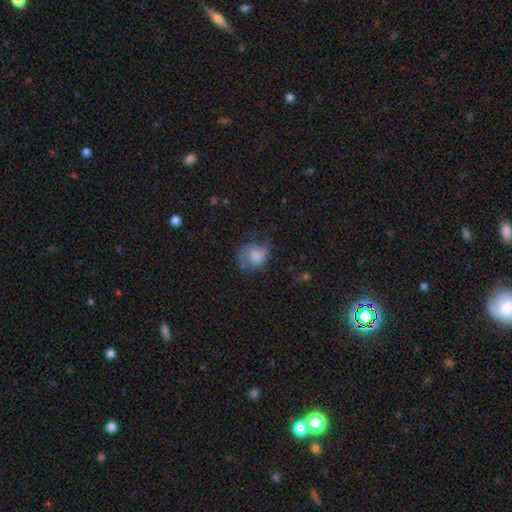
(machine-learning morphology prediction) Smooth or featured? Predicted: featured or disk (p=0.47). Merging? Predicted: none (p=0.48).